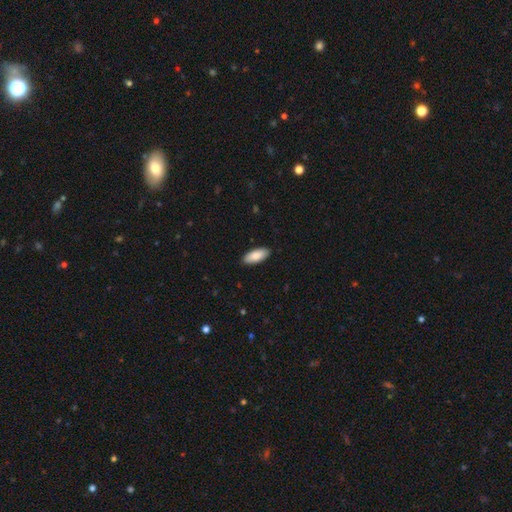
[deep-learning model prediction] Q: Smooth or featured?
A: smooth (88%); runner-up: featured or disk (6%)
Q: How rounded?
A: in between (86%); runner-up: cigar-shaped (12%)
Q: Merging?
A: none (89%); runner-up: minor disturbance (9%)